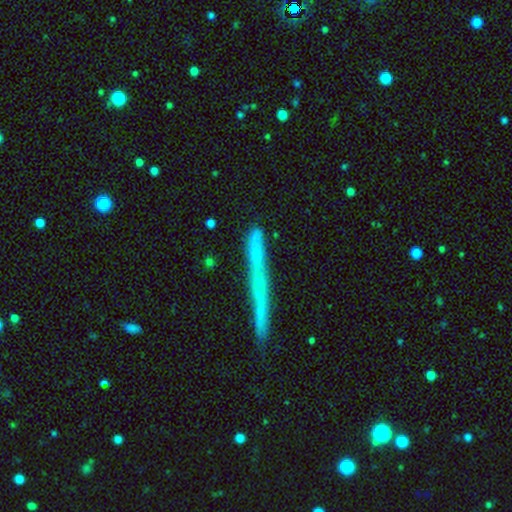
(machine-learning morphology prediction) smooth_or_featured: smooth (p=0.47) [alt: featured or disk p=0.43]
merging: none (p=0.73) [alt: minor disturbance p=0.17]